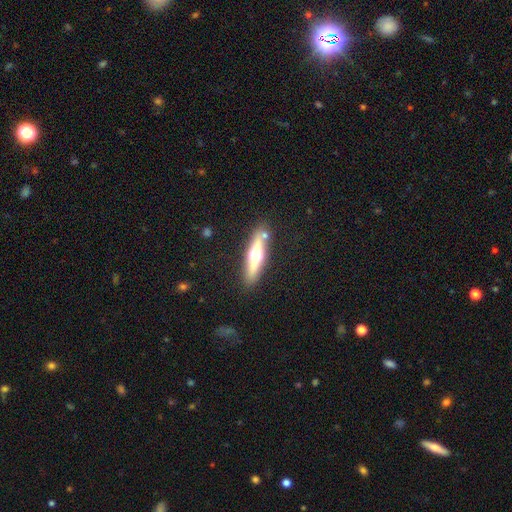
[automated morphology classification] smooth_or_featured: featured or disk (p=0.57) [alt: smooth p=0.37]
disk_edge_on: yes (p=0.93) [alt: no p=0.07]
edge_on_bulge: rounded (p=0.93) [alt: boxy p=0.04]
merging: none (p=0.83) [alt: minor disturbance p=0.10]